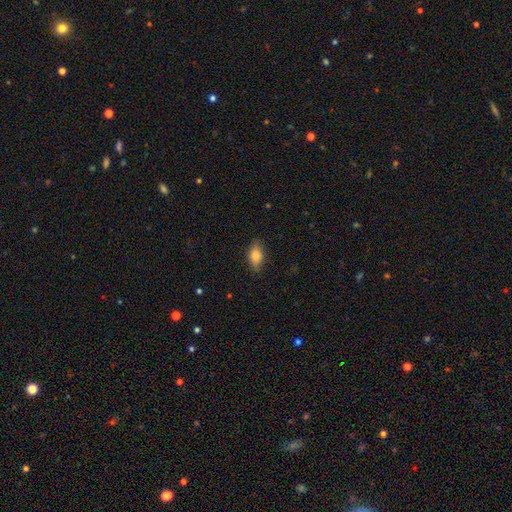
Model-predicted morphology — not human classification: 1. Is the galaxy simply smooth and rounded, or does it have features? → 76% smooth, 16% featured or disk, 8% star or artifact.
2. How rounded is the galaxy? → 84% in between, 9% cigar-shaped, 7% round.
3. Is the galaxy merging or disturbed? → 82% none, 14% minor disturbance, 3% major disturbance, 1% merger.